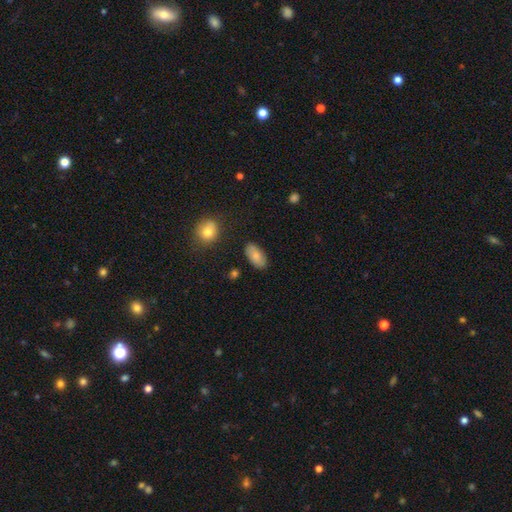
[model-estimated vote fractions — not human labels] smooth_or_featured: smooth (p=0.81) [alt: featured or disk p=0.12]
how_rounded: in between (p=0.93) [alt: round p=0.04]
merging: none (p=0.85) [alt: minor disturbance p=0.11]